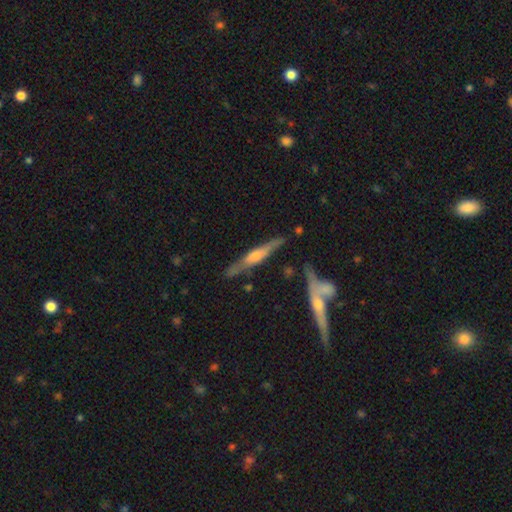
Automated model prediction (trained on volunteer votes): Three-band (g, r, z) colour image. It shows a featured or disk galaxy (65%) viewed edge-on (93%) with a rounded central bulge (69%). Merging: none (76%).